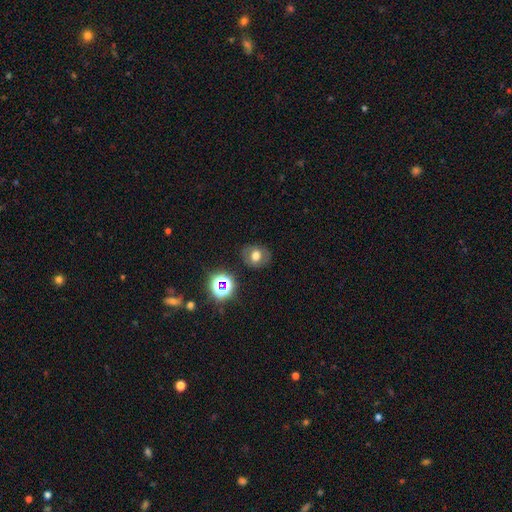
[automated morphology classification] smooth_or_featured: smooth (p=0.60) [alt: featured or disk p=0.24]
how_rounded: round (p=0.62) [alt: in between p=0.37]
merging: none (p=0.83) [alt: minor disturbance p=0.11]